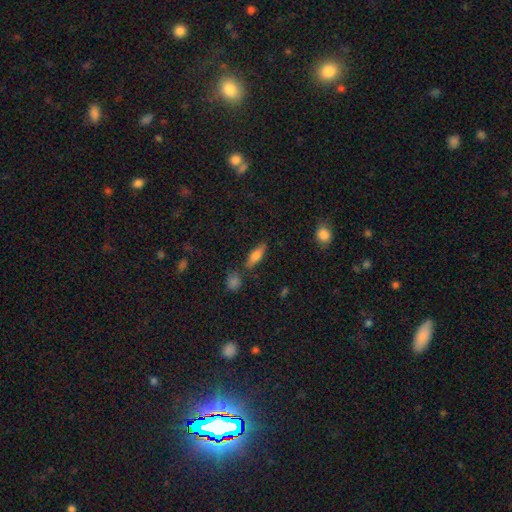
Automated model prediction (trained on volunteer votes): Smooth or featured?
  - smooth: 69% *
  - featured or disk: 23%
  - star or artifact: 8%
How rounded?
  - in between: 56% *
  - cigar-shaped: 41%
  - round: 3%
Merging?
  - none: 78% *
  - minor disturbance: 13%
  - merger: 5%
  - major disturbance: 4%